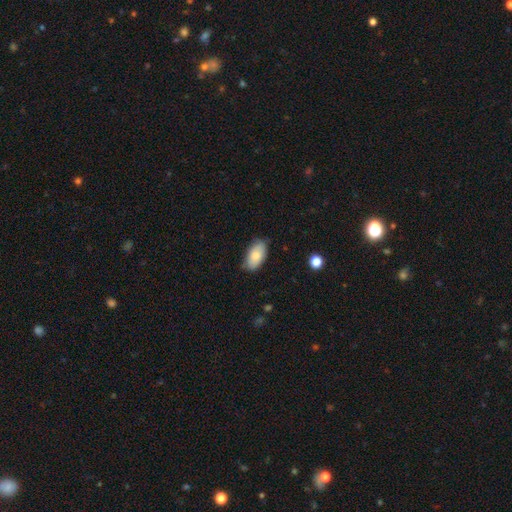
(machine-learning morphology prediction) This is clearly a smooth galaxy (82%). How rounded: clearly in between (94%). Merging: likely none (80%).